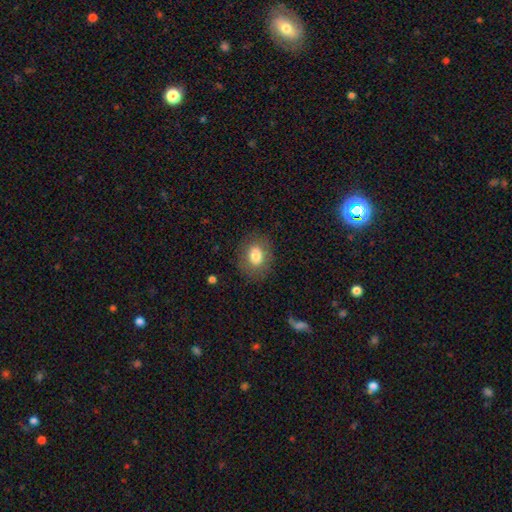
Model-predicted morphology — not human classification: smooth 78%, featured or disk 13%, star or artifact 9%. Down the decision tree: how rounded — in between (53%); merging — none (83%).